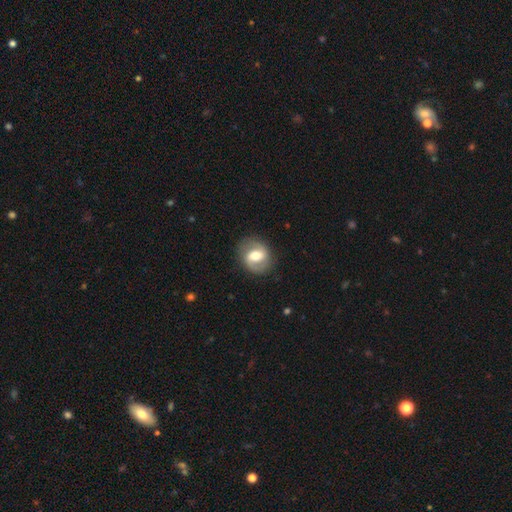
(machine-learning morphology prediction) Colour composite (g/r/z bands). It shows a featured or disk galaxy (58%) with a weak bar (47%), spiral arms (73%) and a moderate central bulge (66%). Merging: none (83%).